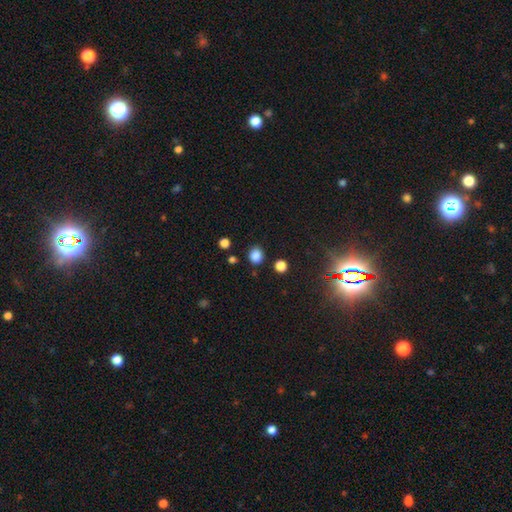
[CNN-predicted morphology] Smooth or featured? Predicted: smooth (p=0.84). How rounded? Predicted: round (p=0.70). Merging? Predicted: none (p=0.84).